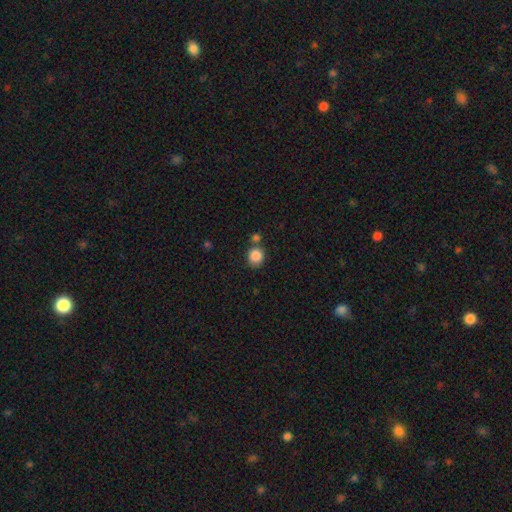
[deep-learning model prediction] Smooth or featured? Predicted: smooth (p=0.86). How rounded? Predicted: round (p=0.85). Merging? Predicted: none (p=0.68).